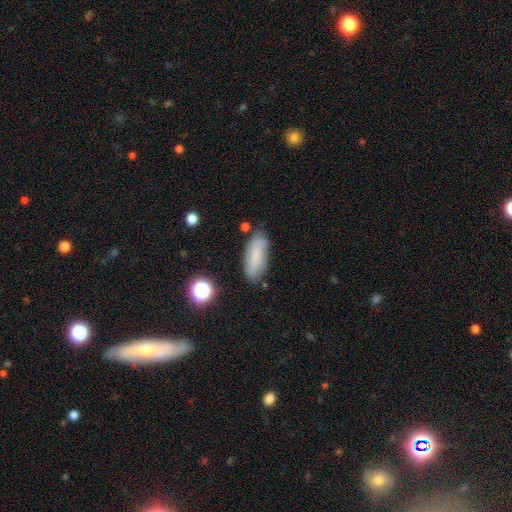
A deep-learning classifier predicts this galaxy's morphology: The model was most divided on "how rounded": in between: 73%, cigar-shaped: 25%, round: 2%. More confident: smooth or featured — smooth (77%); merging — none (76%).